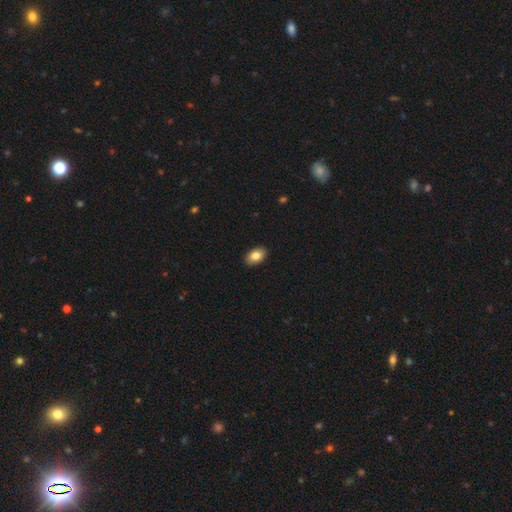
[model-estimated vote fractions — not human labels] Q: Smooth or featured?
A: smooth (83%); runner-up: featured or disk (9%)
Q: How rounded?
A: in between (88%); runner-up: round (10%)
Q: Merging?
A: none (90%); runner-up: minor disturbance (7%)